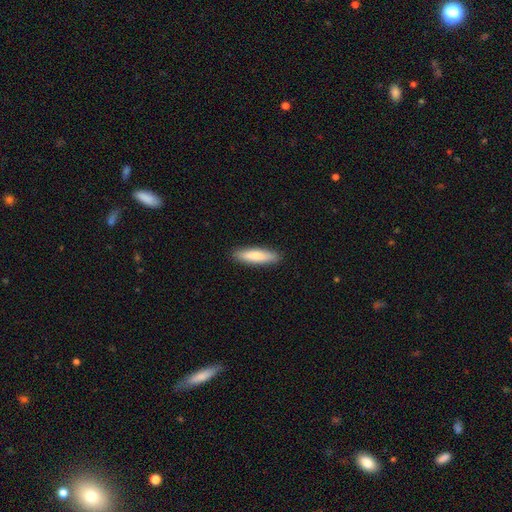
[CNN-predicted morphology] Smooth or featured: smooth — 78% (featured or disk — 17%)
How rounded: cigar-shaped — 73% (in between — 26%)
Merging: none — 90% (minor disturbance — 7%)